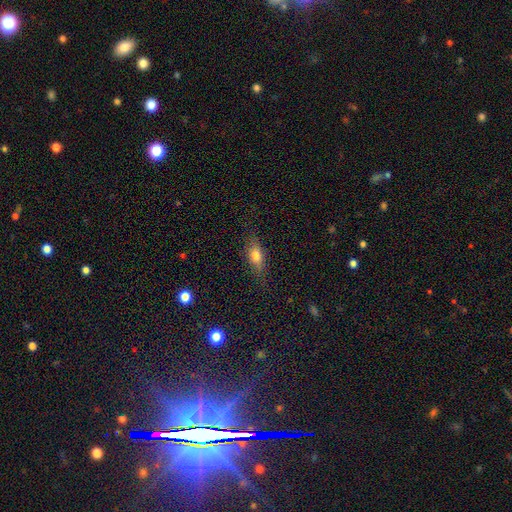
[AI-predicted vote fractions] Smooth or featured? smooth (68%)
How rounded? in between (70%)
Merging? none (79%)